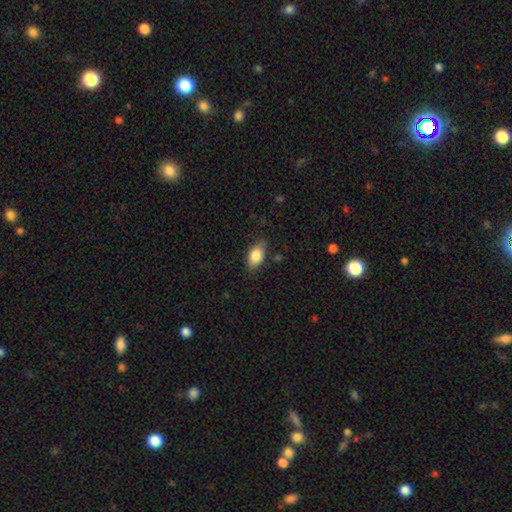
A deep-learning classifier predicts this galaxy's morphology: type=smooth (84%); roundness=in between (90%); merging=none (82%).